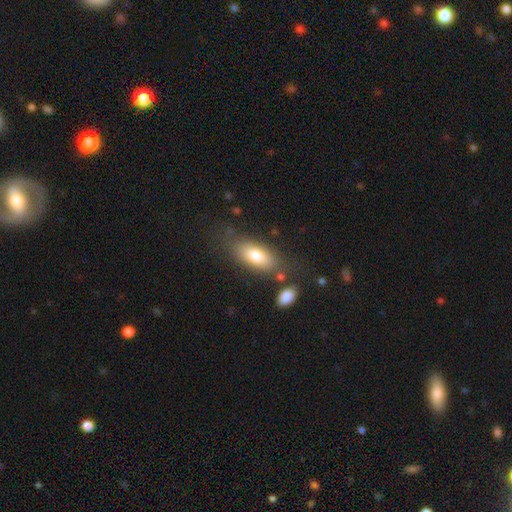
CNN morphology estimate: Smooth or featured?
  - smooth: 76% *
  - featured or disk: 16%
  - star or artifact: 8%
How rounded?
  - in between: 82% *
  - cigar-shaped: 14%
  - round: 4%
Merging?
  - none: 72% *
  - minor disturbance: 15%
  - major disturbance: 6%
  - merger: 6%